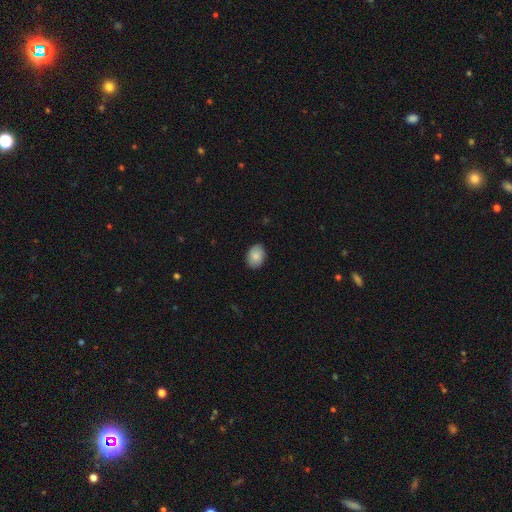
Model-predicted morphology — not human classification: This is clearly a smooth galaxy (86%). How rounded: likely in between (75%). Merging: clearly none (87%).